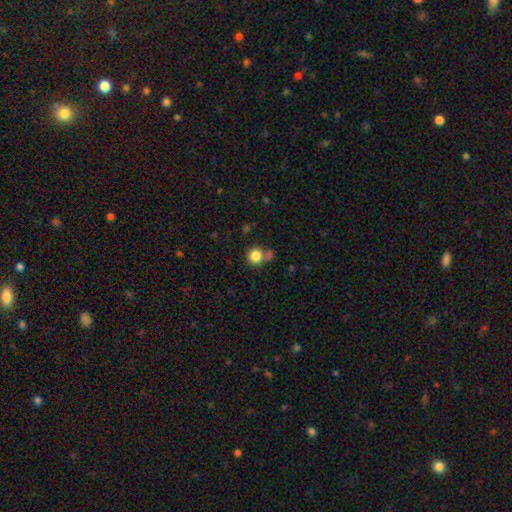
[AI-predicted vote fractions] The model was most divided on "merging": none: 62%, merger: 21%, minor disturbance: 13%, major disturbance: 5%. More confident: how rounded — round (91%); smooth or featured — smooth (83%).